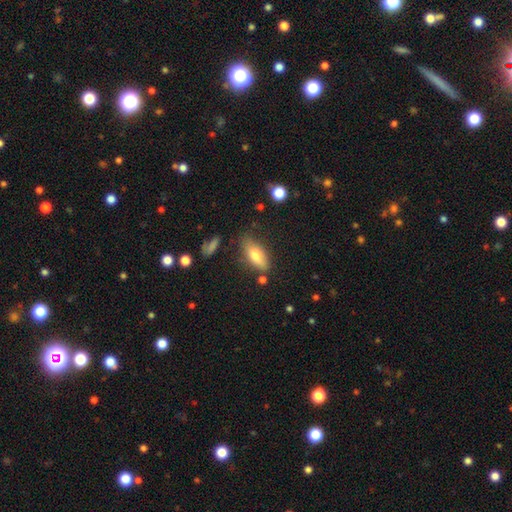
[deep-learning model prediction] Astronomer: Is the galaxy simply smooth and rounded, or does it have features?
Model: smooth — 72%.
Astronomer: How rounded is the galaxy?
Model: in between — 77%.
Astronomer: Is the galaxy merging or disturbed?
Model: none — 68%.